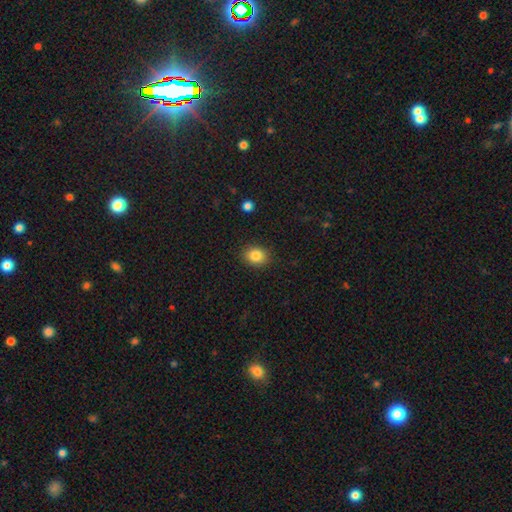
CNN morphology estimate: This appears to be a smooth galaxy with no disk features (84%) that is round (52%). Merging: none (89%).